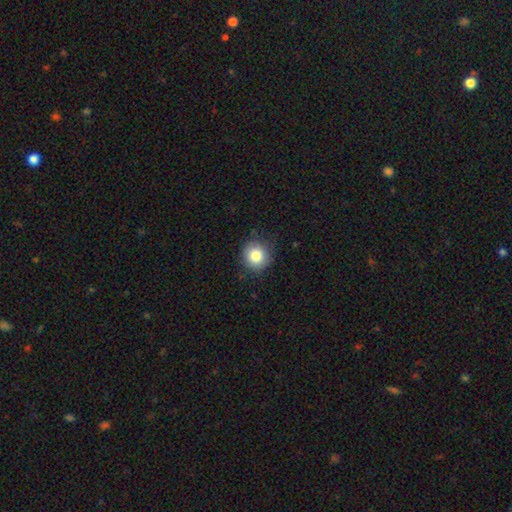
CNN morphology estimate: type=smooth (83%); roundness=round (89%); merging=none (82%).